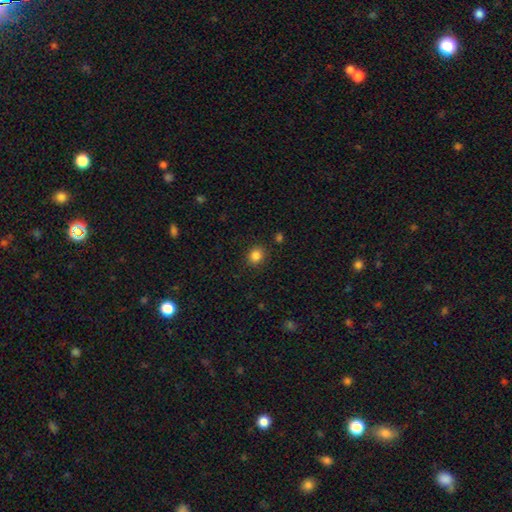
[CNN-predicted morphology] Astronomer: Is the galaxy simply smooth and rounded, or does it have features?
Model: smooth — 85%.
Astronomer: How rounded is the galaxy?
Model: round — 71%.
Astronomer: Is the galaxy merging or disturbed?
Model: none — 88%.